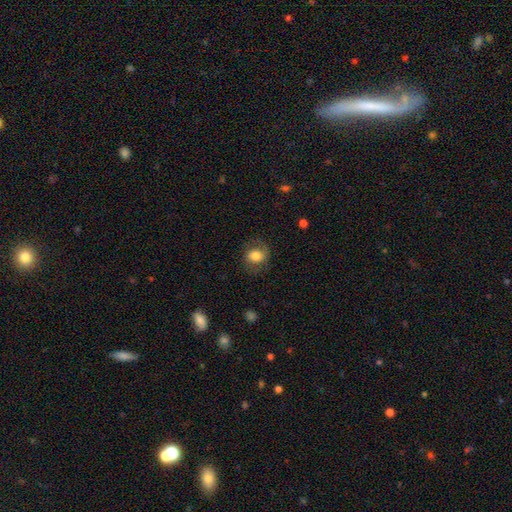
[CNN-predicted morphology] Smooth or featured? Predicted: smooth (p=0.70). How rounded? Predicted: round (p=0.56). Merging? Predicted: none (p=0.71).